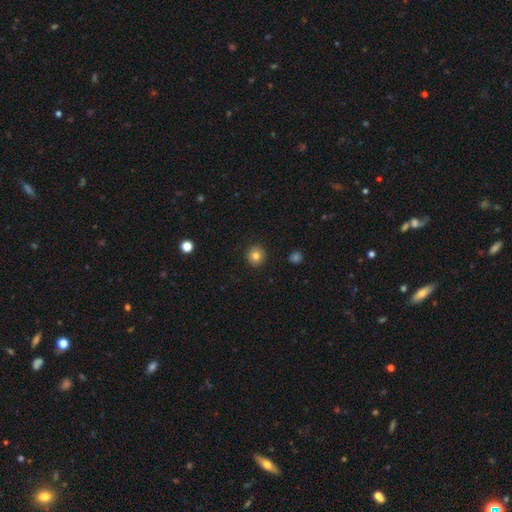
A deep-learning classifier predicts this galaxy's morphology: Smooth or featured: smooth — 82% (star or artifact — 11%)
How rounded: round — 93% (in between — 6%)
Merging: none — 92% (minor disturbance — 6%)